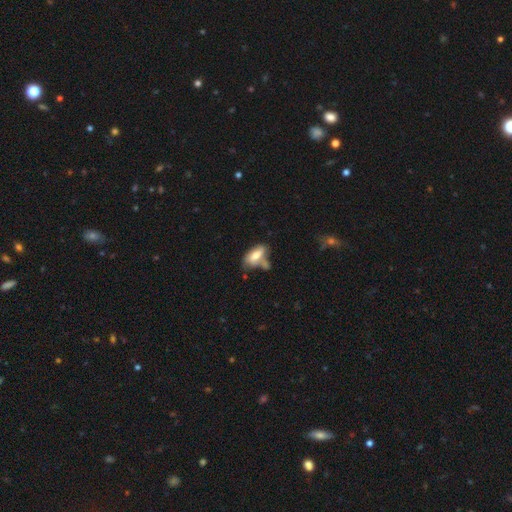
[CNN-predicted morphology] Q: Smooth or featured?
A: smooth (66%); runner-up: featured or disk (27%)
Q: How rounded?
A: in between (87%); runner-up: cigar-shaped (9%)
Q: Merging?
A: none (36%); runner-up: merger (28%)